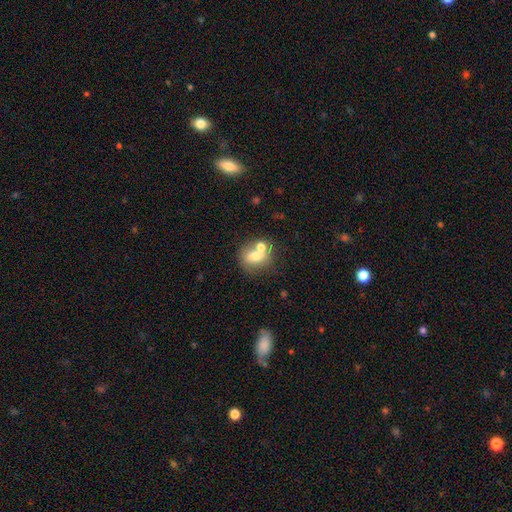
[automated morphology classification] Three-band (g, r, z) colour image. It shows a smooth galaxy with no disk features (66%) that is round (58%). Merging: none (43%).